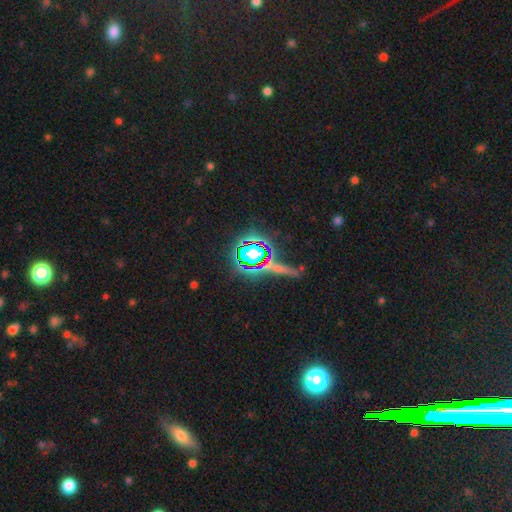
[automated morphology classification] smooth-or-featured: star or artifact: 62% | smooth: 23% | featured or disk: 15%